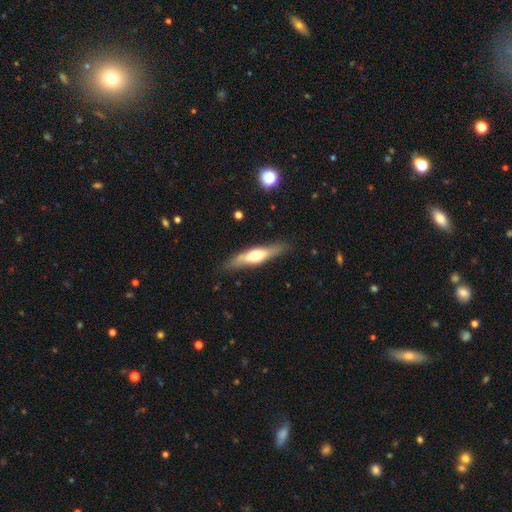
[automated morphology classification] smooth_or_featured: featured or disk (p=0.52) [alt: smooth p=0.43]
disk_edge_on: yes (p=0.87) [alt: no p=0.13]
merging: none (p=0.84) [alt: minor disturbance p=0.12]